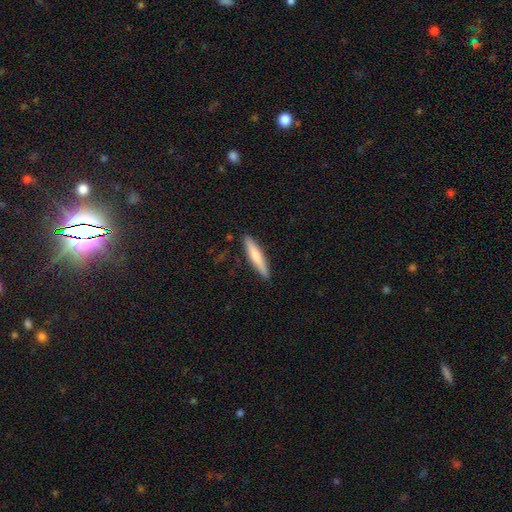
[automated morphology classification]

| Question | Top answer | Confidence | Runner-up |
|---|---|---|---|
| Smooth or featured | smooth | 70% | featured or disk (25%) |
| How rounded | cigar-shaped | 87% | in between (11%) |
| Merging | none | 88% | minor disturbance (9%) |